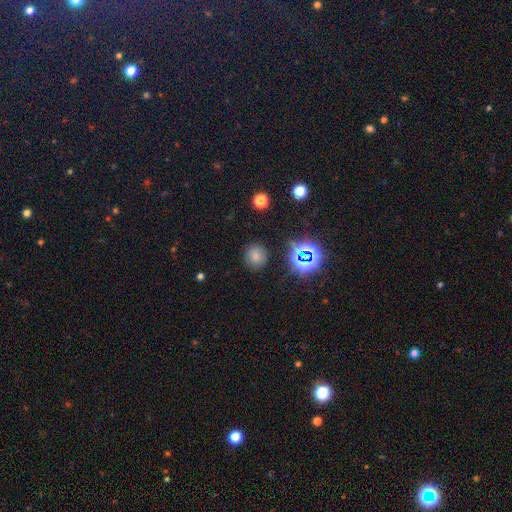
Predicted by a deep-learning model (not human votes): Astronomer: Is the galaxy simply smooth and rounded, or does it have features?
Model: smooth — 71%.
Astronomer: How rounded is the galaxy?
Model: round — 86%.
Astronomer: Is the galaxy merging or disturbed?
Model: none — 86%.